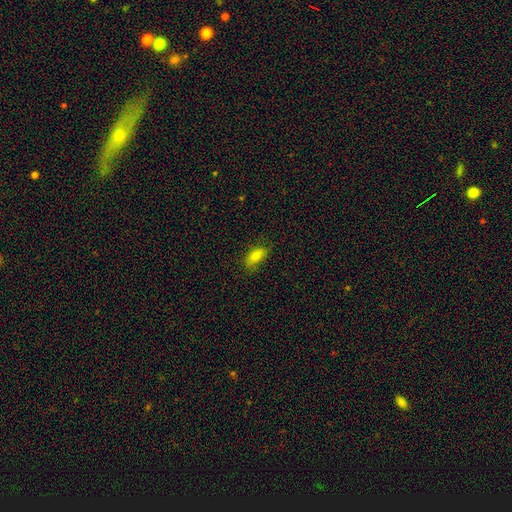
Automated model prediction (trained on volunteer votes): A smooth galaxy with no disk features (82%) that is in between round and cigar-shaped (87%). Merging: none (73%).